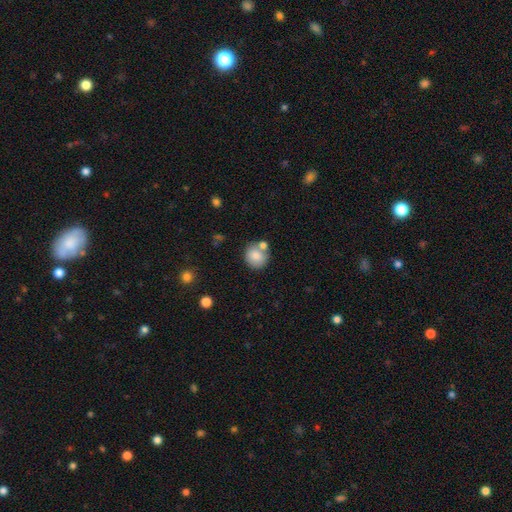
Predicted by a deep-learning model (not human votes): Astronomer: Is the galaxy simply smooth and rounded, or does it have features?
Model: smooth — 82%.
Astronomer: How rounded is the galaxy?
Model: round — 84%.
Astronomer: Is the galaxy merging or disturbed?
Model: none — 61%.